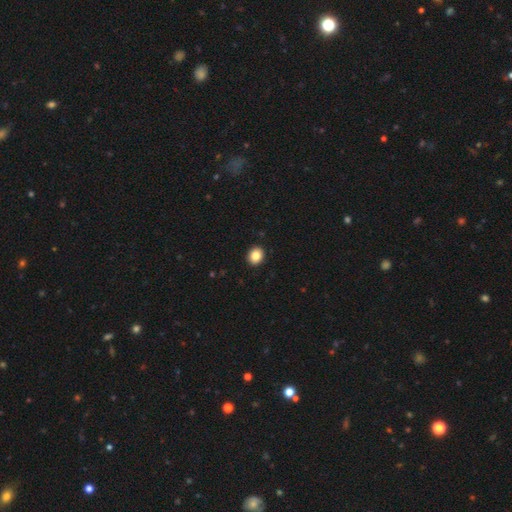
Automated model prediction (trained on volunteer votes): Smooth or featured?
  - smooth: 85% *
  - star or artifact: 9%
  - featured or disk: 6%
How rounded?
  - round: 65% *
  - in between: 34%
  - cigar-shaped: 1%
Merging?
  - none: 92% *
  - minor disturbance: 5%
  - major disturbance: 1%
  - merger: 1%